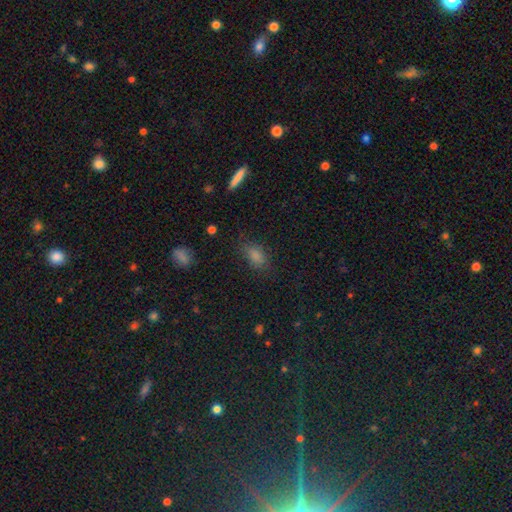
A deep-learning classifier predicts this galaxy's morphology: Overall: smooth (81%). How rounded: in between (86%). Merging: none (71%).